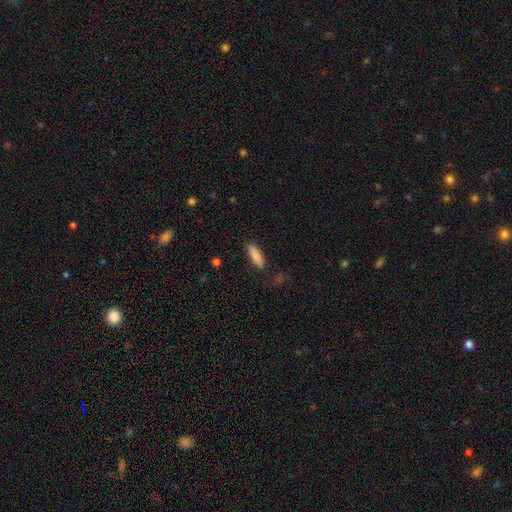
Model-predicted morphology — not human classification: Q: Smooth or featured?
A: smooth (88%); runner-up: star or artifact (7%)
Q: How rounded?
A: in between (51%); runner-up: cigar-shaped (48%)
Q: Merging?
A: none (85%); runner-up: minor disturbance (10%)